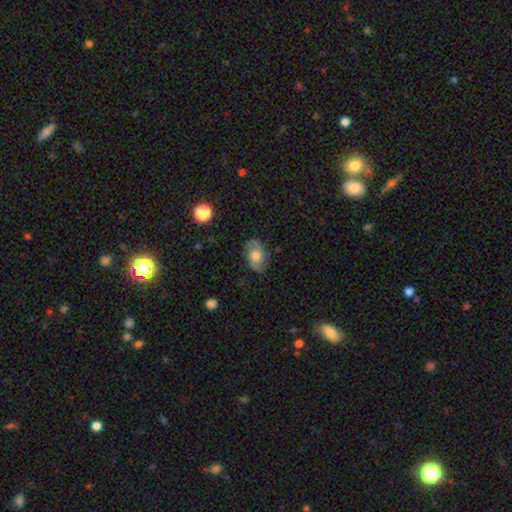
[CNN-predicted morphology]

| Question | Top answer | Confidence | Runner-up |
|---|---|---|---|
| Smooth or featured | smooth | 54% | featured or disk (38%) |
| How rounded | in between | 87% | round (11%) |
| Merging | none | 77% | minor disturbance (17%) |